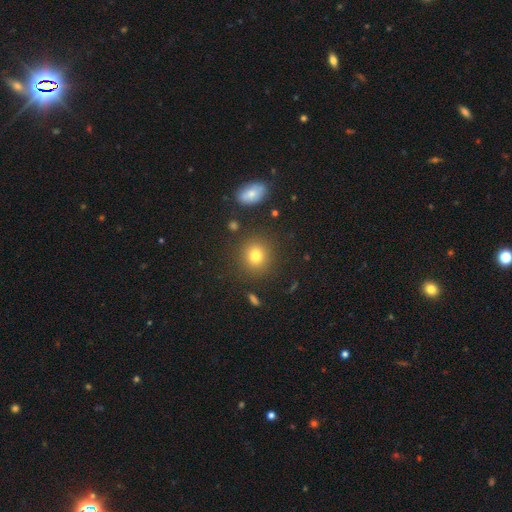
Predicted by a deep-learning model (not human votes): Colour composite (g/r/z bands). It shows a smooth galaxy with no disk features (78%) that is round (86%). Merging: none (87%).